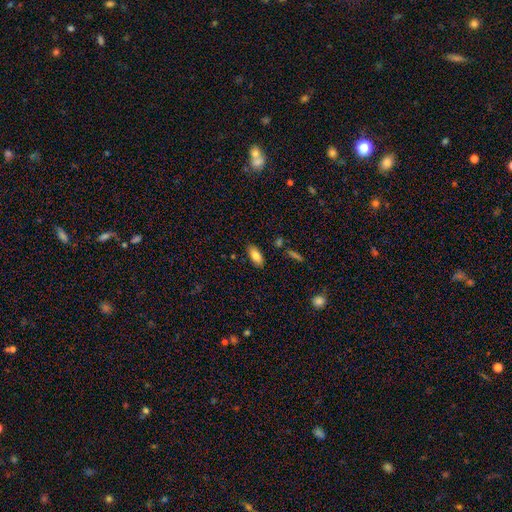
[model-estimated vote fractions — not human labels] A smooth galaxy with no disk features (82%) that is in between round and cigar-shaped (85%). Merging: none (85%).